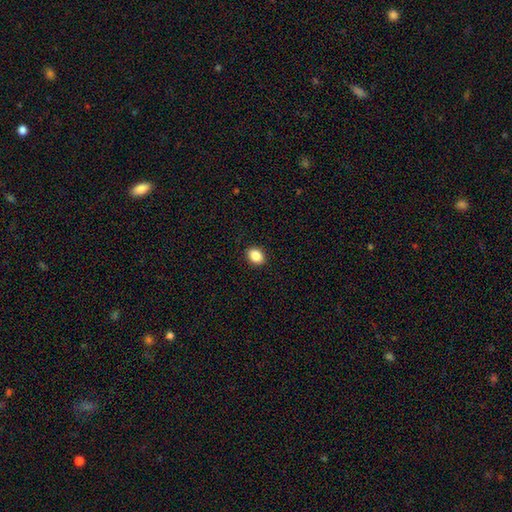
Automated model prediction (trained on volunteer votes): smooth-or-featured: smooth: 87% | star or artifact: 9% | featured or disk: 4%
  how-rounded: in between: 65% | round: 34% | cigar-shaped: 1%
  merging: none: 91% | minor disturbance: 7% | major disturbance: 2% | merger: 1%